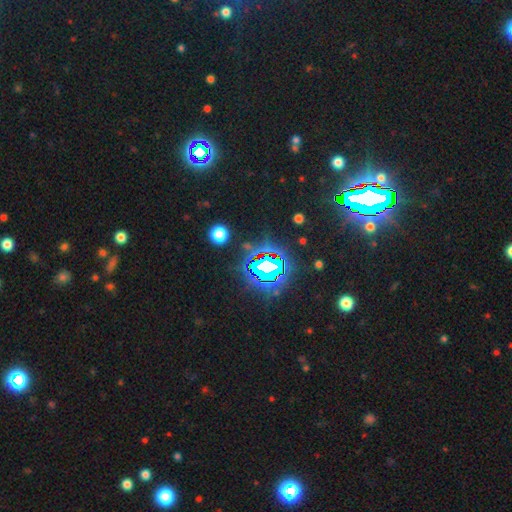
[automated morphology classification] This appears to be a star or artifact, not a galaxy (84%).